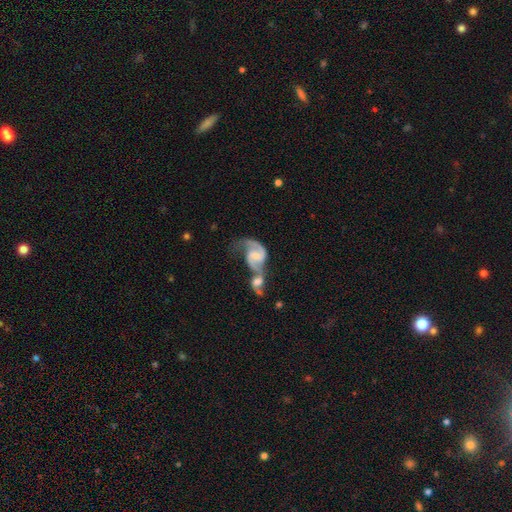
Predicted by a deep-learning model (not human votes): Smooth or featured? Predicted: featured or disk (p=0.86). Edge-on disk? Predicted: no (p=0.98). Bar? Predicted: no (p=0.45). Spiral arms? Predicted: yes (p=0.96). Spiral winding? Predicted: medium (p=0.48). Spiral arm count? Predicted: 2 (p=0.84). Bulge size? Predicted: small (p=0.52). Merging? Predicted: merger (p=0.71).